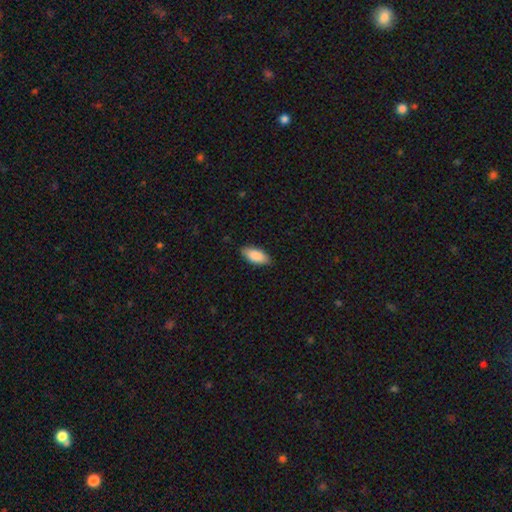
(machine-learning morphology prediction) smooth-or-featured: smooth: 89% | star or artifact: 6% | featured or disk: 5%
  how-rounded: in between: 88% | cigar-shaped: 11% | round: 2%
  merging: none: 86% | minor disturbance: 11% | major disturbance: 2% | merger: 1%